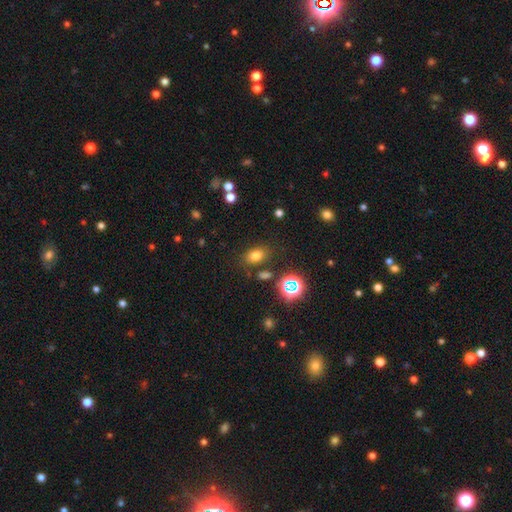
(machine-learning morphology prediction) Smooth or featured? smooth (72%)
How rounded? in between (77%)
Merging? none (79%)